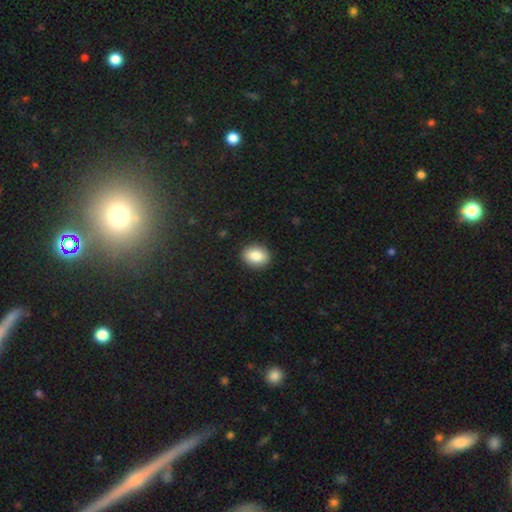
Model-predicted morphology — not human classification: smooth_or_featured: smooth (p=0.86) [alt: star or artifact p=0.08]
how_rounded: in between (p=0.64) [alt: round p=0.35]
merging: none (p=0.90) [alt: minor disturbance p=0.07]